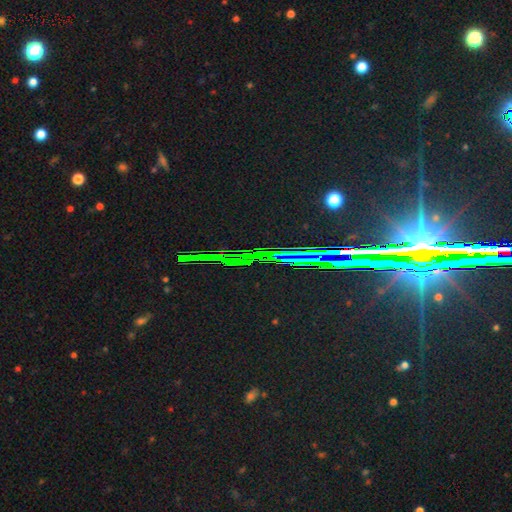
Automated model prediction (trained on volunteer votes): Smooth or featured?
  - star or artifact: 83% *
  - featured or disk: 9%
  - smooth: 8%